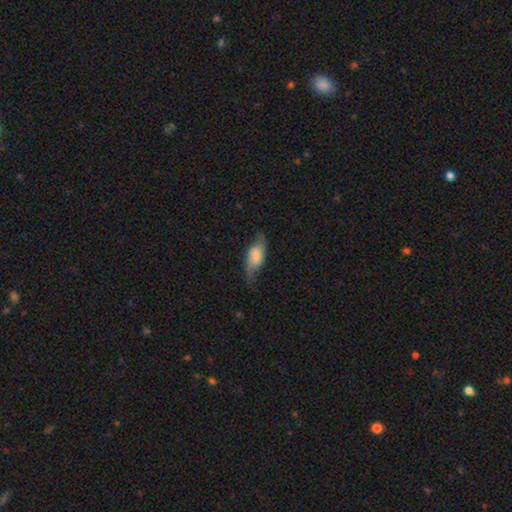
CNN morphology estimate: smooth_or_featured: smooth (p=0.57) [alt: featured or disk p=0.35]
how_rounded: in between (p=0.79) [alt: cigar-shaped p=0.17]
merging: none (p=0.64) [alt: minor disturbance p=0.25]